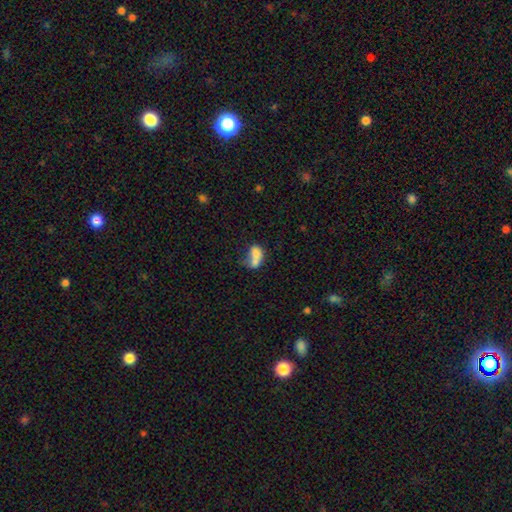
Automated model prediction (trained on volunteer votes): A smooth galaxy with no disk features (70%) that is in between round and cigar-shaped (74%). Merging: merger (66%).